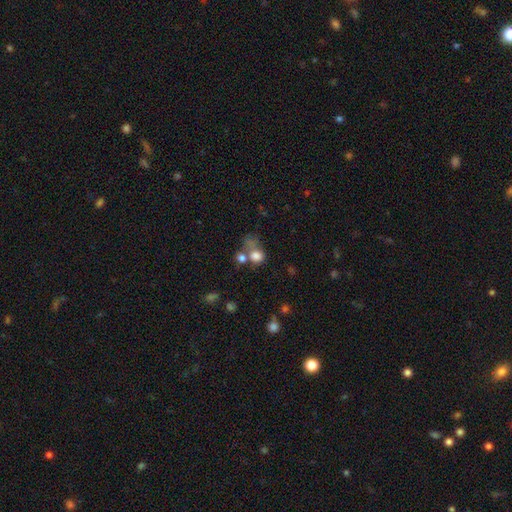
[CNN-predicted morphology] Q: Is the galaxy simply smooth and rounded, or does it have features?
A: smooth — 74%.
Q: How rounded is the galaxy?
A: round — 68%.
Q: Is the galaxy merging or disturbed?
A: merger — 37%.